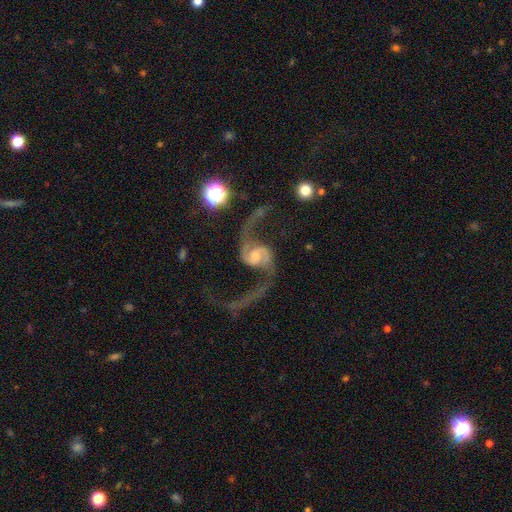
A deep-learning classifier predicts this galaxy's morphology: This appears to be a featured or disk galaxy (91%) with no bar (50%), 2 (94%) loose (86%) spiral arms (98%) and a moderate central bulge (45%). Merging: none (63%).